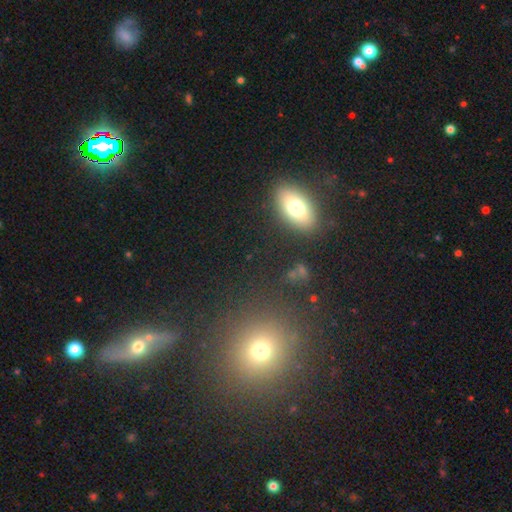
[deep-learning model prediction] Smooth or featured? smooth (57%)
How rounded? in between (76%)
Merging? none (85%)